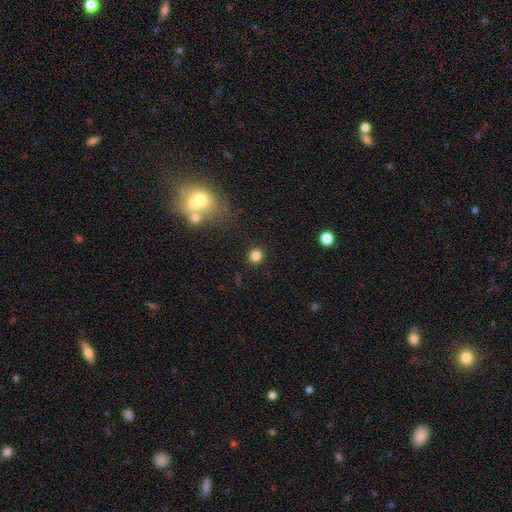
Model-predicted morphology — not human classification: This appears to be a smooth galaxy with no disk features (82%) that is round (91%). Merging: none (89%).